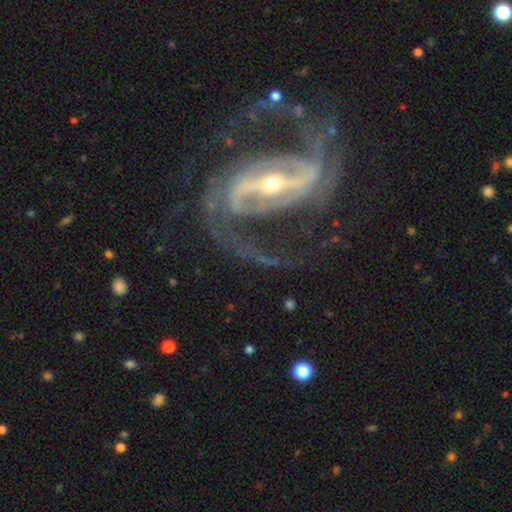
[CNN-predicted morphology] Smooth or featured? Predicted: featured or disk (p=0.93). Edge-on disk? Predicted: no (p=0.97). Bar? Predicted: strong (p=0.76). Spiral arms? Predicted: yes (p=0.98). Spiral winding? Predicted: medium (p=0.56). Spiral arm count? Predicted: 2 (p=0.85). Bulge size? Predicted: small (p=0.64). Merging? Predicted: none (p=0.68).